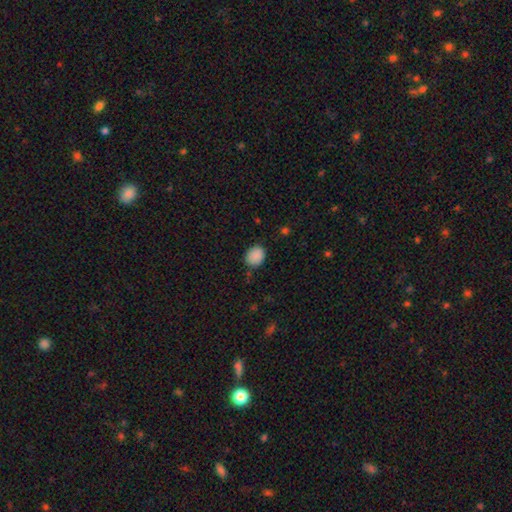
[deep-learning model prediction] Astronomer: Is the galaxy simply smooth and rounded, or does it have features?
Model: smooth — 88%.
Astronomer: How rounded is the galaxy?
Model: round — 59% (runner-up: in between, 40%).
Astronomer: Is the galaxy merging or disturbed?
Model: none — 79%.